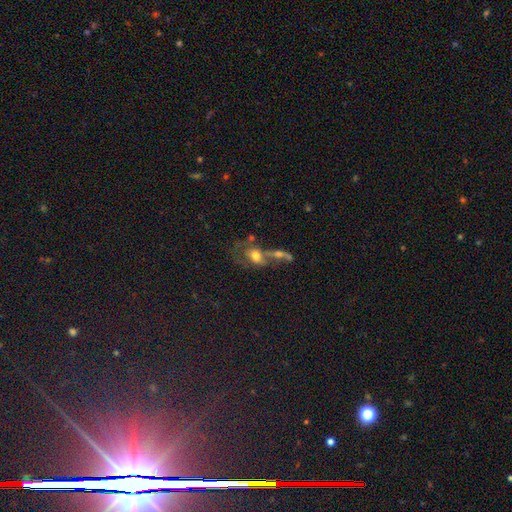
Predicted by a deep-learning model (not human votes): Smooth or featured? Predicted: smooth (p=0.46). Merging? Predicted: merger (p=0.56).